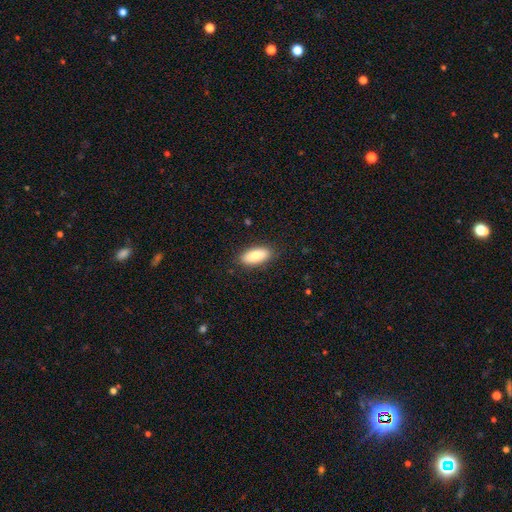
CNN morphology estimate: The model was most divided on "smooth or featured": smooth: 82%, featured or disk: 11%, star or artifact: 6%. More confident: merging — none (87%); how rounded — in between (86%).